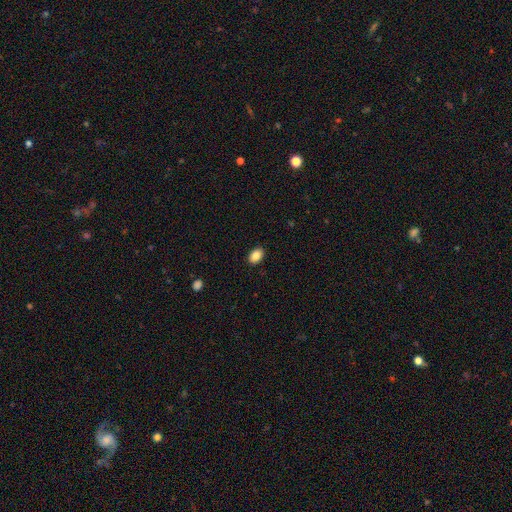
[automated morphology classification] smooth-or-featured: smooth: 87% | star or artifact: 8% | featured or disk: 5%
  how-rounded: in between: 83% | round: 16% | cigar-shaped: 1%
  merging: none: 89% | minor disturbance: 8% | major disturbance: 2% | merger: 1%